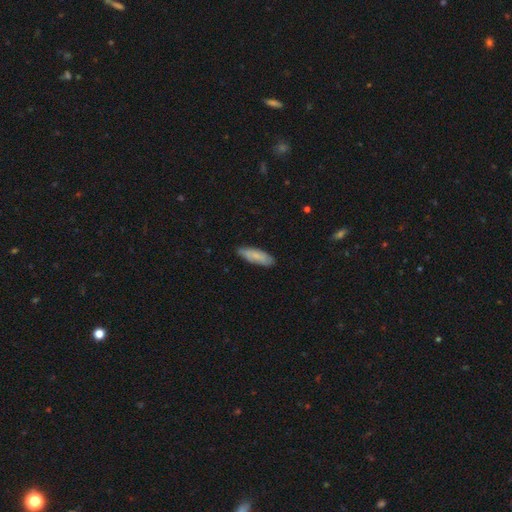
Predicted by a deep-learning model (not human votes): Smooth or featured? smooth (78%)
How rounded? cigar-shaped (50%)
Merging? none (85%)